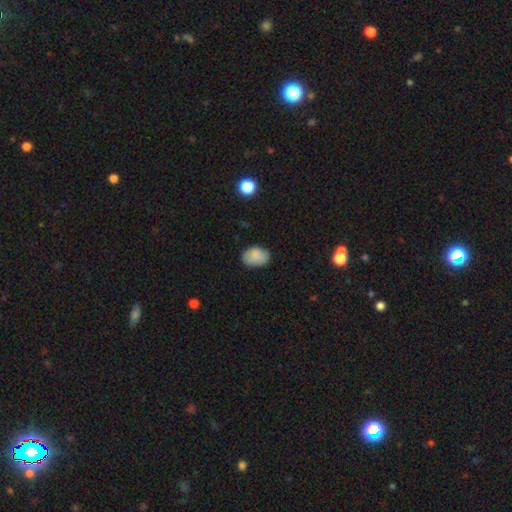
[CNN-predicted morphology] This appears to be a smooth galaxy with no disk features (84%) that is in between round and cigar-shaped (80%). Merging: none (75%).